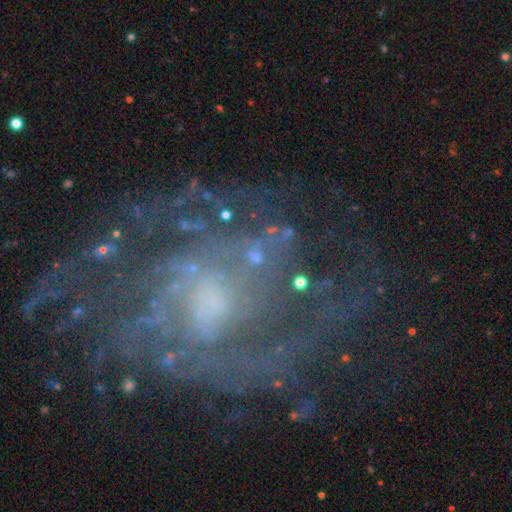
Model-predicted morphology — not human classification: smooth 38%, star or artifact 37%, featured or disk 25%. Down the decision tree: merging — none (57%).